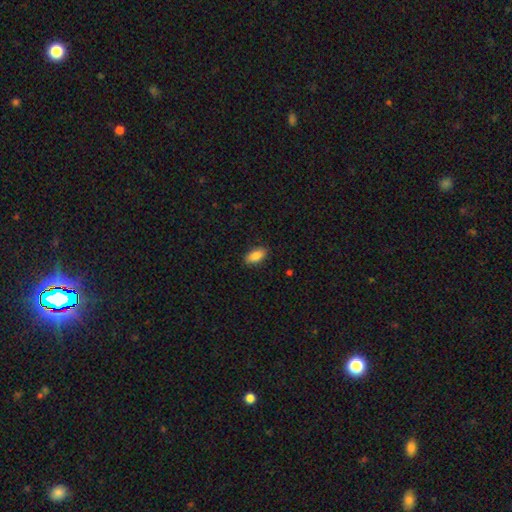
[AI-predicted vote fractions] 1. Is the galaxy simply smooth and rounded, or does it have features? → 86% smooth, 7% featured or disk, 7% star or artifact.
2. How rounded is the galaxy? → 89% in between, 8% cigar-shaped, 3% round.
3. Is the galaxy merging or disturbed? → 86% none, 11% minor disturbance, 2% major disturbance, 1% merger.